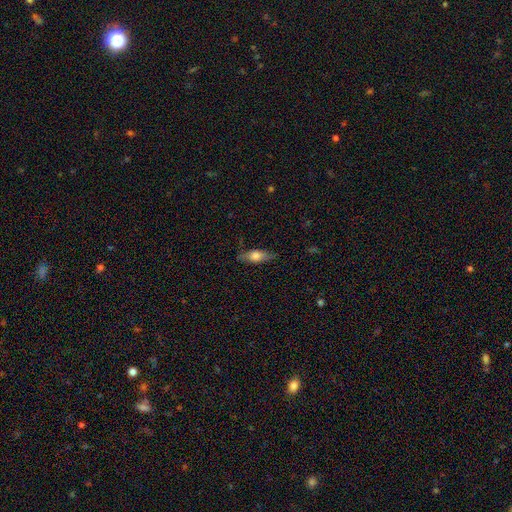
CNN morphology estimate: Q: Smooth or featured?
A: smooth (61%); runner-up: featured or disk (32%)
Q: How rounded?
A: in between (66%); runner-up: cigar-shaped (30%)
Q: Merging?
A: none (79%); runner-up: minor disturbance (16%)